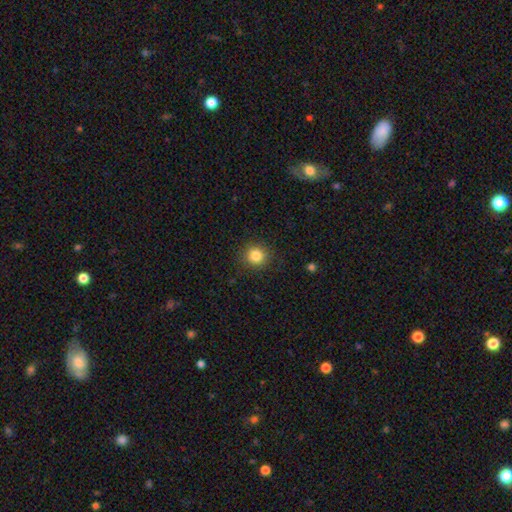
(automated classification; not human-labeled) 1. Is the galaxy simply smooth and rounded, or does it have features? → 84% smooth, 11% star or artifact, 5% featured or disk.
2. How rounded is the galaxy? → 92% round, 7% in between, 1% cigar-shaped.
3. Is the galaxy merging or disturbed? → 89% none, 7% minor disturbance, 3% major disturbance, 1% merger.